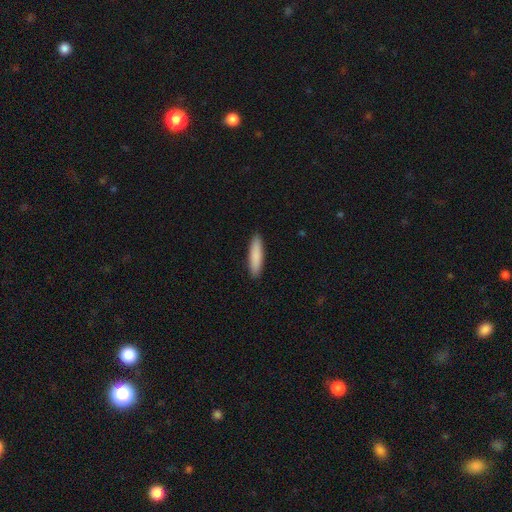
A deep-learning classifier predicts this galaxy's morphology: This is clearly a smooth galaxy (87%). How rounded: likely cigar-shaped (78%). Merging: clearly none (91%).